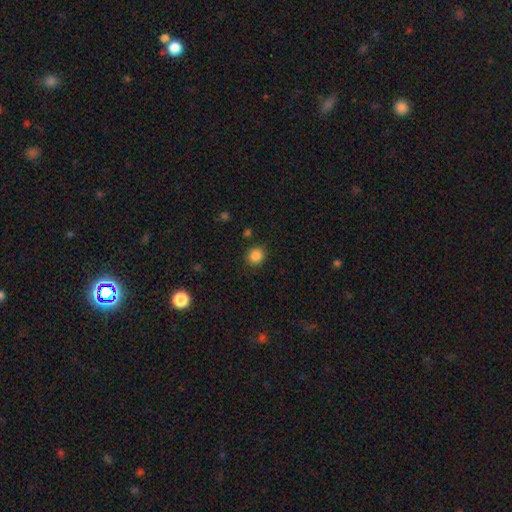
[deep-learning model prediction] Smooth or featured: smooth — 86% (star or artifact — 11%)
How rounded: round — 89% (in between — 10%)
Merging: none — 88% (minor disturbance — 8%)